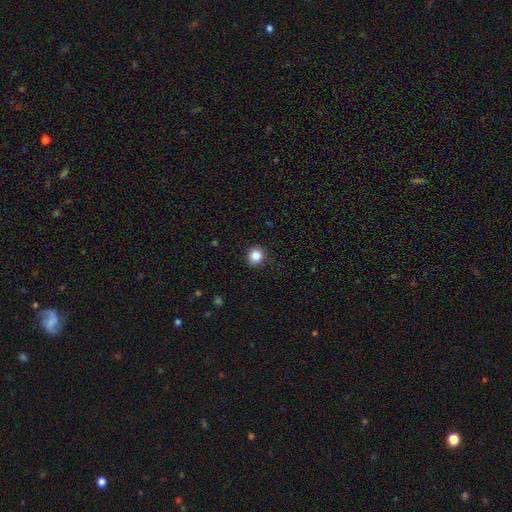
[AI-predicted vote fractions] smooth-or-featured: smooth: 85% | star or artifact: 10% | featured or disk: 4%
  how-rounded: round: 75% | in between: 24% | cigar-shaped: 1%
  merging: none: 89% | minor disturbance: 8% | major disturbance: 2% | merger: 1%